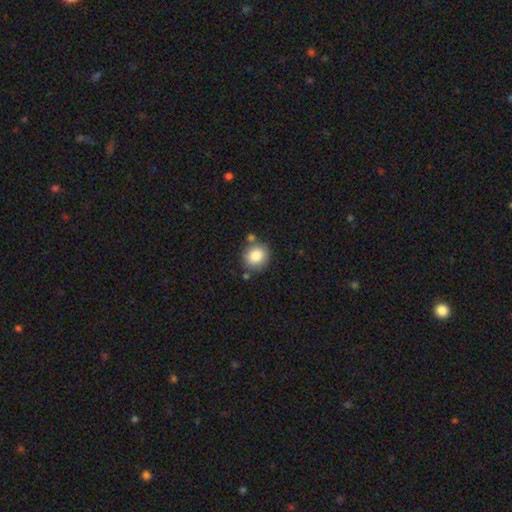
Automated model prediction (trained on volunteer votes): This appears to be a smooth galaxy with no disk features (84%) that is round (77%). Merging: none (75%).